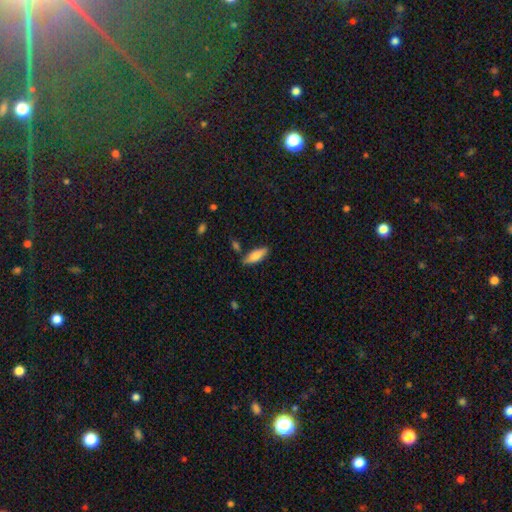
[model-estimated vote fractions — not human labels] Smooth or featured? smooth (78%)
How rounded? in between (64%)
Merging? none (73%)